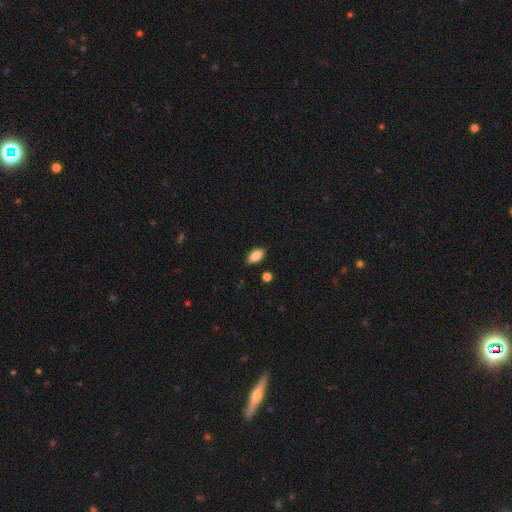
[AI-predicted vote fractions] smooth_or_featured: smooth (p=0.86) [alt: star or artifact p=0.07]
how_rounded: in between (p=0.90) [alt: cigar-shaped p=0.07]
merging: none (p=0.86) [alt: minor disturbance p=0.10]